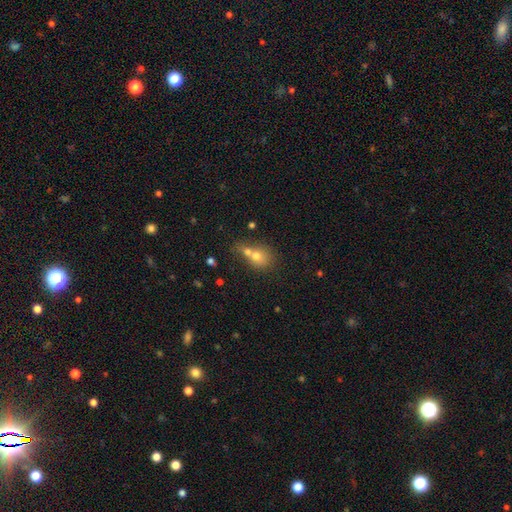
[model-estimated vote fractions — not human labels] Smooth or featured? Predicted: smooth (p=0.67). How rounded? Predicted: round (p=0.64). Merging? Predicted: merger (p=0.54).